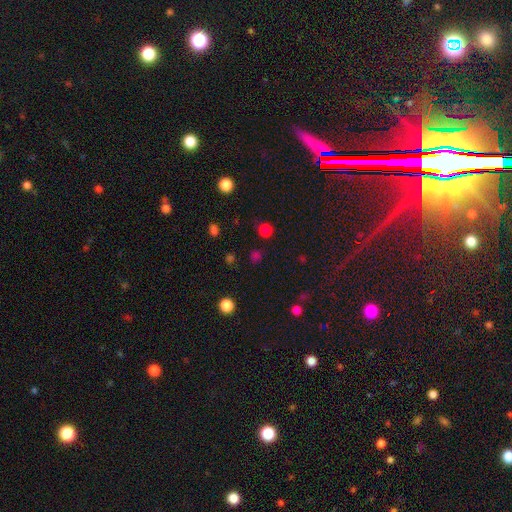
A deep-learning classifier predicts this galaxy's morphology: The model was most divided on "smooth or featured": smooth: 59%, star or artifact: 36%, featured or disk: 5%. More confident: how rounded — round (85%); merging — none (82%).